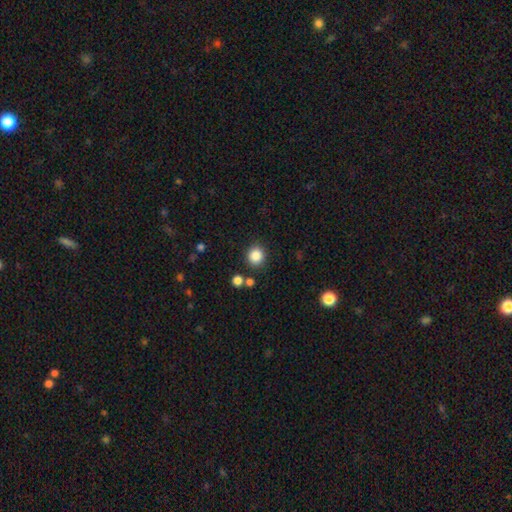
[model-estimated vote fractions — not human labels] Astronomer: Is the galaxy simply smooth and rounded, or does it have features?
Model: smooth — 85%.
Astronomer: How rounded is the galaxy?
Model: round — 89%.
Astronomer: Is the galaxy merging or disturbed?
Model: none — 86%.